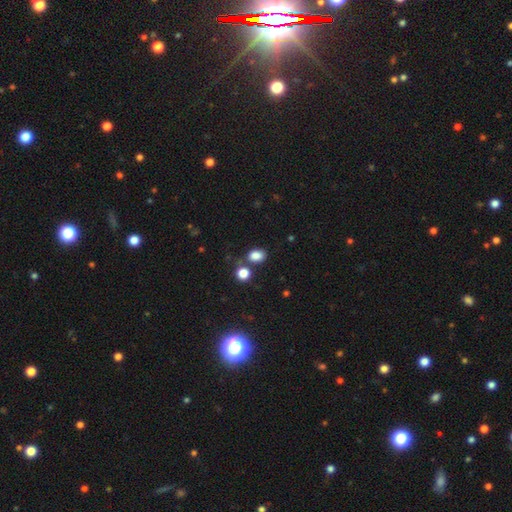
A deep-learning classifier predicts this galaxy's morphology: This appears to be a smooth galaxy with no disk features (83%) that is in between round and cigar-shaped (70%). Merging: none (66%).